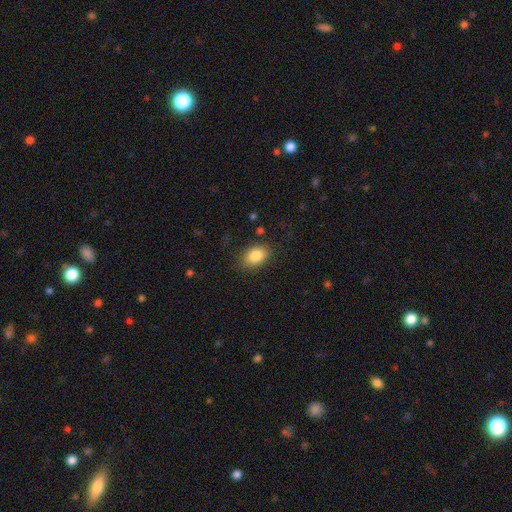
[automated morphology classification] smooth-or-featured: smooth: 84% | featured or disk: 8% | star or artifact: 8%
  how-rounded: in between: 82% | round: 17% | cigar-shaped: 1%
  merging: none: 82% | minor disturbance: 13% | major disturbance: 4% | merger: 1%